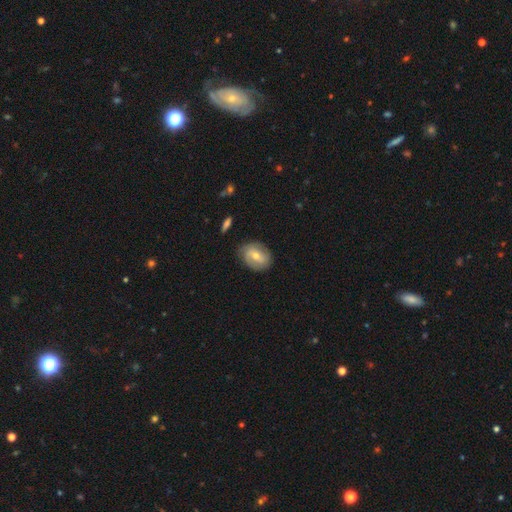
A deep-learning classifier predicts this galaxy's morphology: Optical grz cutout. It shows a featured or disk galaxy (52%). Merging: none (78%).